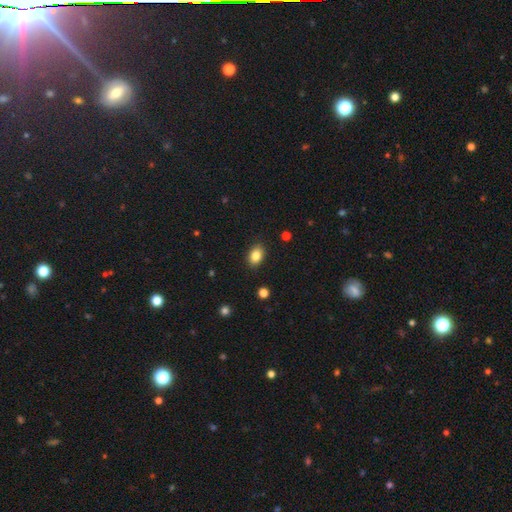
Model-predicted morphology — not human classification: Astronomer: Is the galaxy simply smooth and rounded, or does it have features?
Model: smooth — 84%.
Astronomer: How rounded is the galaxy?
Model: in between — 81%.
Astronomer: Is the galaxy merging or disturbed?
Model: none — 88%.